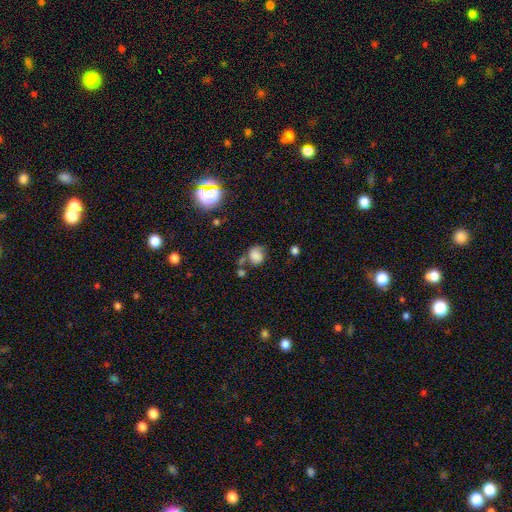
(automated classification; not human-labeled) Overall: smooth (76%). How rounded: round (68%; in between 31%). Merging: none (55%; minor disturbance 23%).